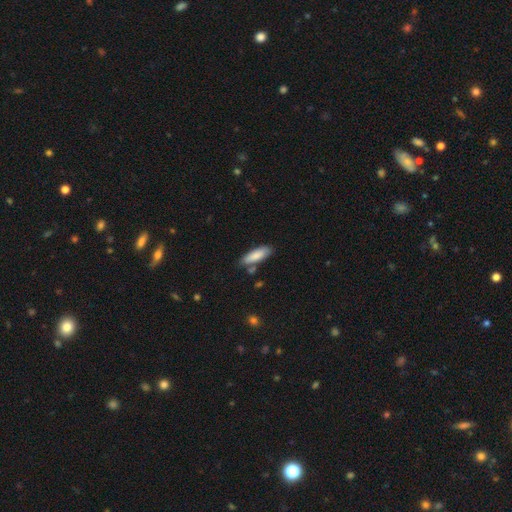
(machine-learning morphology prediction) A smooth galaxy with no disk features (84%) that is in between round and cigar-shaped (55%).

Vote fractions:
- Smooth or featured? smooth: 84% / featured or disk: 10% / star or artifact: 6%
- How rounded? in between: 55% / cigar-shaped: 44% / round: 2%
- Merging? none: 74% / minor disturbance: 16% / merger: 7% / major disturbance: 3%